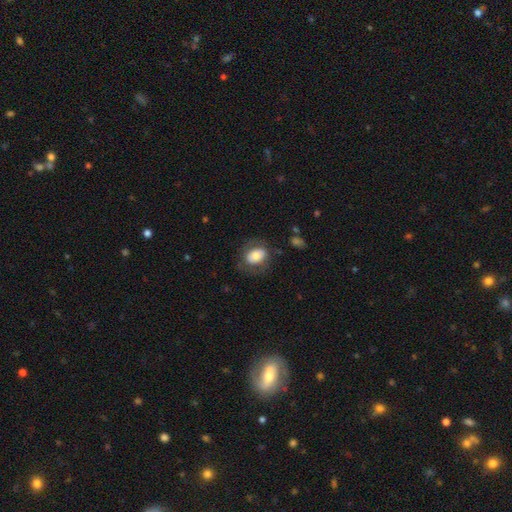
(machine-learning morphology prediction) Q: Smooth or featured?
A: smooth (69%); runner-up: featured or disk (23%)
Q: How rounded?
A: in between (69%); runner-up: round (30%)
Q: Merging?
A: none (73%); runner-up: minor disturbance (16%)